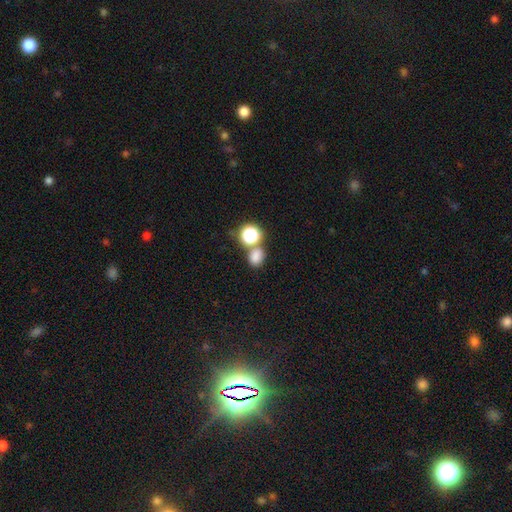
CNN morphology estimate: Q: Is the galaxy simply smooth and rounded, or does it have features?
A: smooth — 78%.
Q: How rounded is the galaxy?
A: round — 53%.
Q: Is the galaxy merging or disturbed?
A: none — 54%.